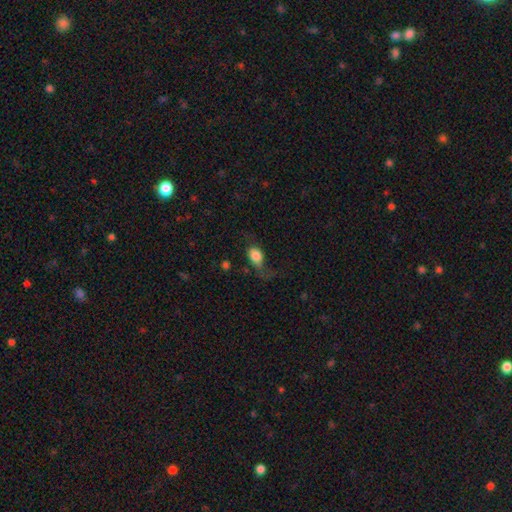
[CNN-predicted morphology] A smooth galaxy with no disk features (74%) that is in between round and cigar-shaped (77%). Merging: none (38%).